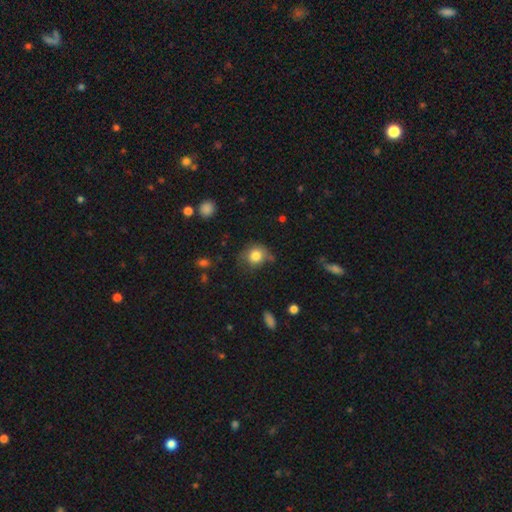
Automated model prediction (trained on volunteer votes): Smooth or featured? Predicted: smooth (p=0.81). How rounded? Predicted: round (p=0.79). Merging? Predicted: none (p=0.64).